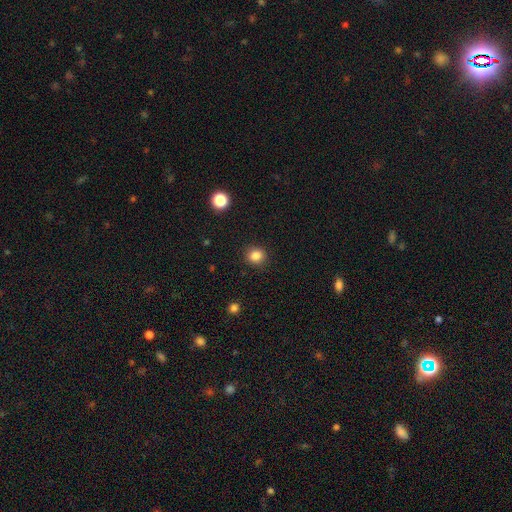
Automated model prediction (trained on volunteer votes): Q: Smooth or featured?
A: smooth (84%); runner-up: star or artifact (11%)
Q: How rounded?
A: round (82%); runner-up: in between (17%)
Q: Merging?
A: none (90%); runner-up: minor disturbance (7%)